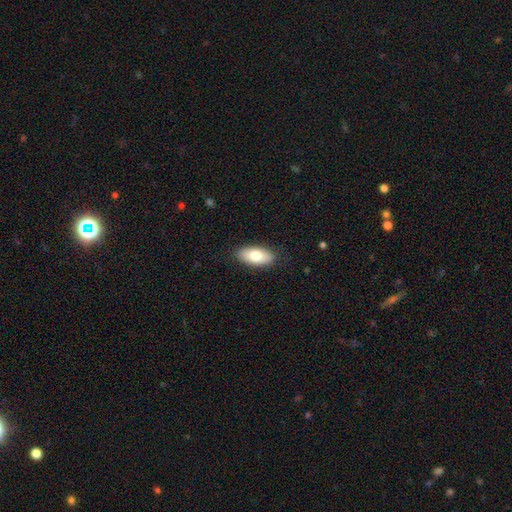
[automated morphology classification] A smooth galaxy with no disk features (79%) that is in between round and cigar-shaped (89%). Merging: none (87%).